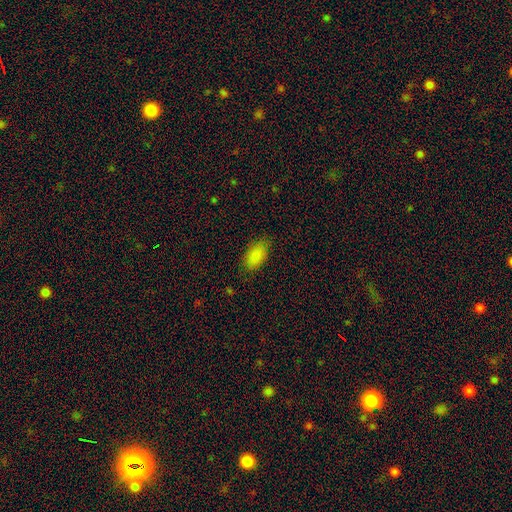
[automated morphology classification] A smooth galaxy with no disk features (88%) that is in between round and cigar-shaped (93%).

Vote fractions:
- Smooth or featured? smooth: 88% / star or artifact: 8% / featured or disk: 4%
- How rounded? in between: 93% / round: 4% / cigar-shaped: 3%
- Merging? none: 80% / minor disturbance: 15% / major disturbance: 3% / merger: 1%